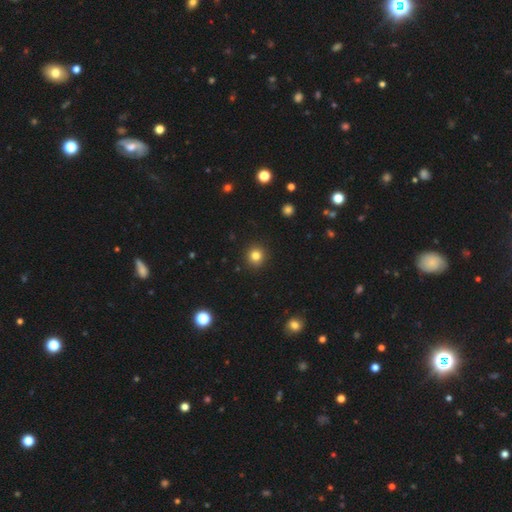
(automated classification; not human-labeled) smooth 82%, star or artifact 13%, featured or disk 6%. Down the decision tree: how rounded — round (93%); merging — none (92%).